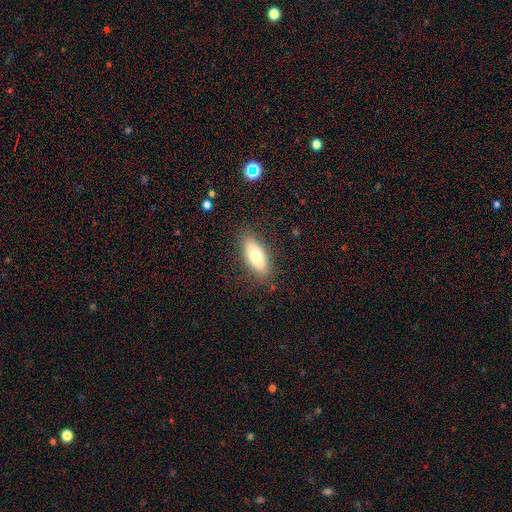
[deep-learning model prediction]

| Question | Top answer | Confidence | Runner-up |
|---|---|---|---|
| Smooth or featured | smooth | 72% | featured or disk (21%) |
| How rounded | in between | 83% | cigar-shaped (15%) |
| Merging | none | 84% | minor disturbance (12%) |